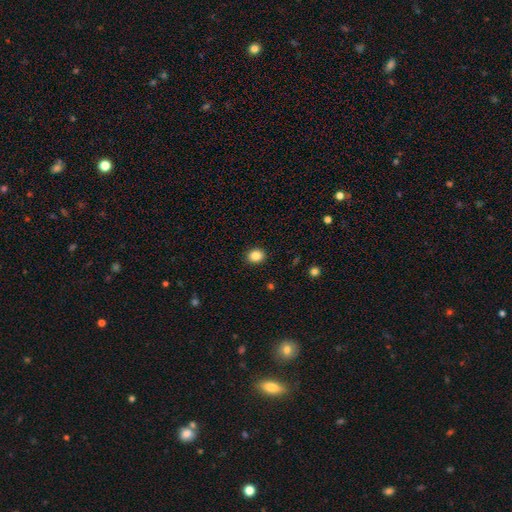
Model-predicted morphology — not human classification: smooth 86%, star or artifact 10%, featured or disk 4%. Down the decision tree: how rounded — round (64%); merging — none (91%).